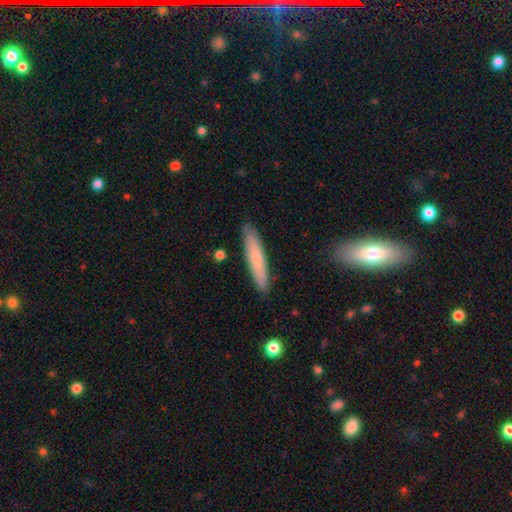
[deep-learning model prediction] This is likely a smooth galaxy (70%). How rounded: clearly cigar-shaped (90%). Merging: clearly none (89%).